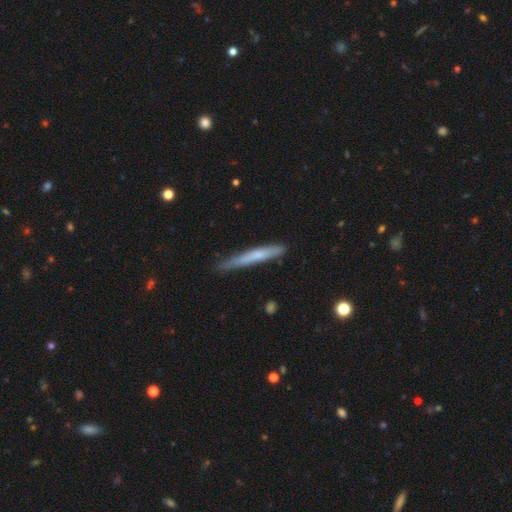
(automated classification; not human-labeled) The model was most divided on "smooth or featured": smooth: 56%, featured or disk: 38%, star or artifact: 6%. More confident: how rounded — cigar-shaped (96%); merging — none (74%).